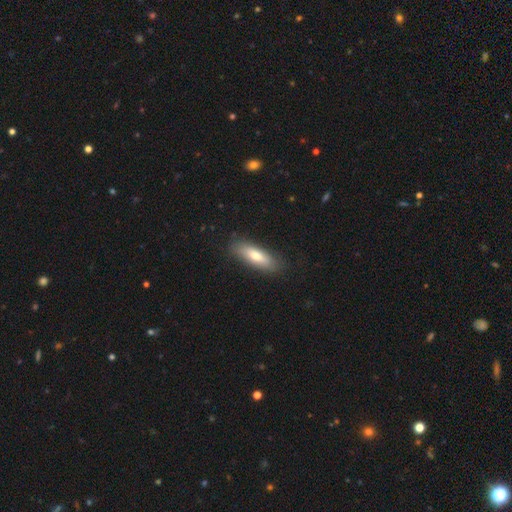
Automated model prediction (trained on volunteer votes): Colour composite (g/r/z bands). It shows a smooth galaxy with no disk features (71%) that is in between round and cigar-shaped (54%). Merging: none (85%).